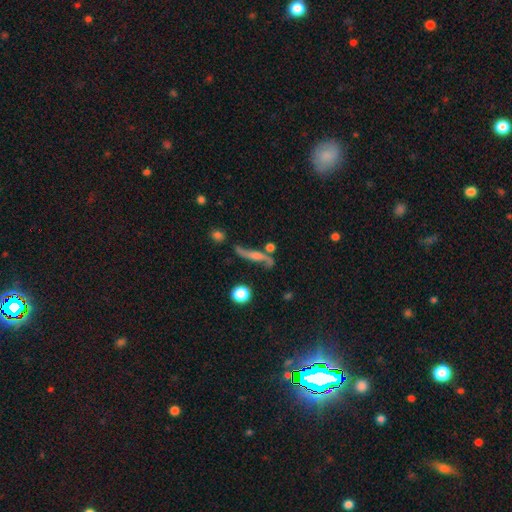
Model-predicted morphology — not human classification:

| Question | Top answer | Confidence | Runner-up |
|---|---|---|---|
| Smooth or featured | featured or disk | 70% | smooth (20%) |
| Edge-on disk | no | 56% | yes (44%) |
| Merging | none | 60% | minor disturbance (19%) |